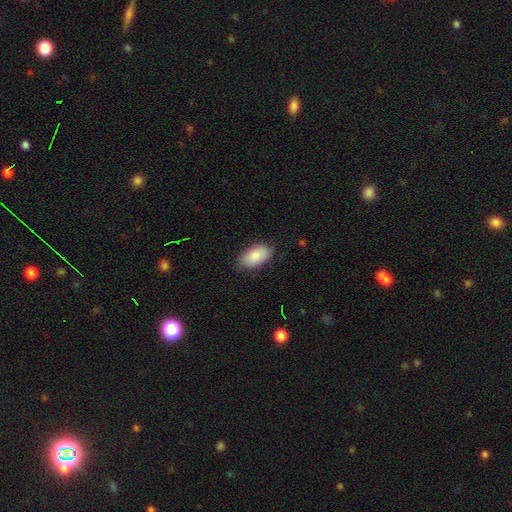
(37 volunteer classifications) This is clearly a smooth galaxy (89%). How rounded: clearly in between (100%). Merging: clearly none (80%).